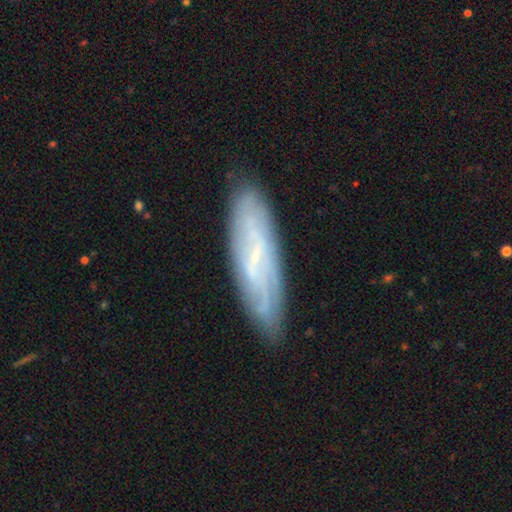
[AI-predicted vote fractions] A featured or disk galaxy (63%).

Vote fractions:
- Smooth or featured? featured or disk: 63% / smooth: 29% / star or artifact: 8%
- Edge-on disk? no: 69% / yes: 31%
- Merging? none: 80% / minor disturbance: 14% / major disturbance: 4% / merger: 2%